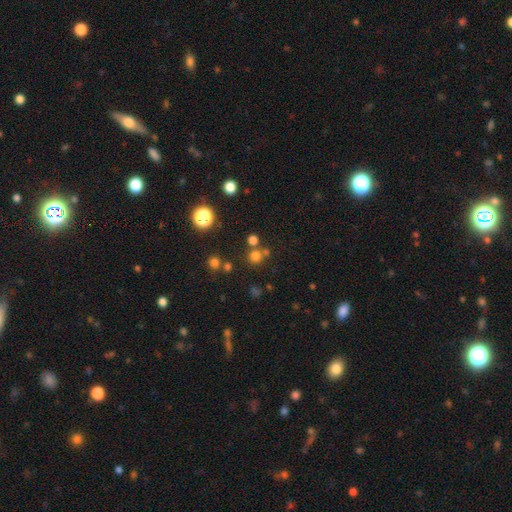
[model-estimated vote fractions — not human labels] A smooth galaxy with no disk features (68%) that is round (92%). Merging: none (72%).